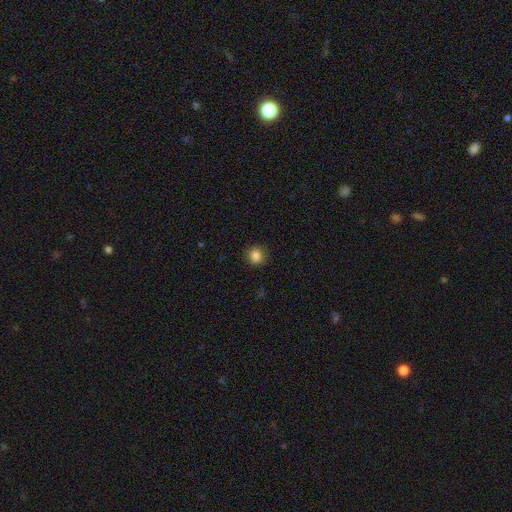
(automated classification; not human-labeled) A smooth galaxy with no disk features (84%) that is round (91%). Merging: none (89%).